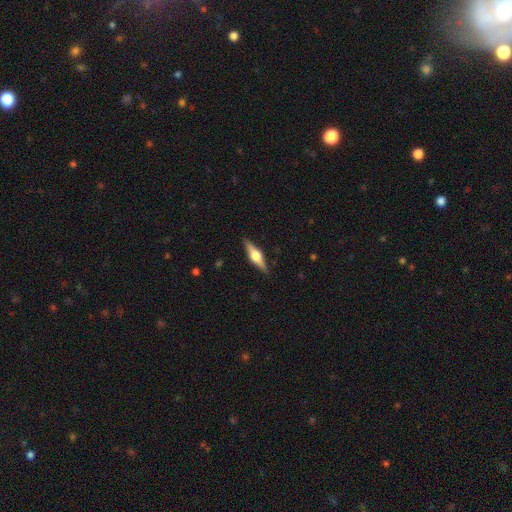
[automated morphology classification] This is likely a featured or disk galaxy (72%). It is clearly viewed edge-on (97%). Edge-on bulge: clearly rounded (93%). Merging: clearly none (90%).